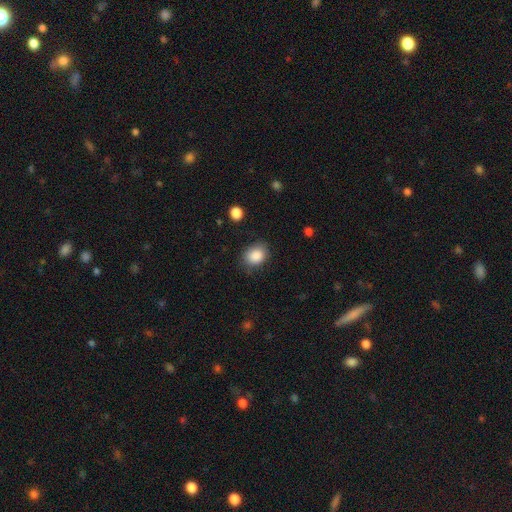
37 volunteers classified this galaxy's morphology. This appears to be a smooth galaxy with no disk features (89%) that is in between round and cigar-shaped (58%). Merging: none (69%).